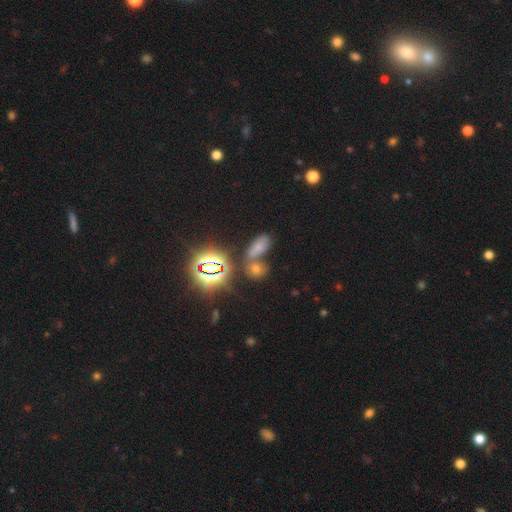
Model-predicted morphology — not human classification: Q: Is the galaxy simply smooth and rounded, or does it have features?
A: star or artifact — 66%.